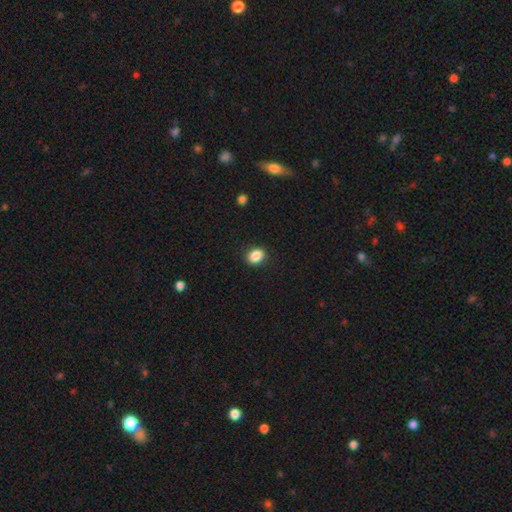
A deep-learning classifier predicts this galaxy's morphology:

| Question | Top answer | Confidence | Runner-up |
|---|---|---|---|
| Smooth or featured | smooth | 88% | star or artifact (9%) |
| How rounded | in between | 66% | round (32%) |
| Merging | none | 89% | minor disturbance (8%) |